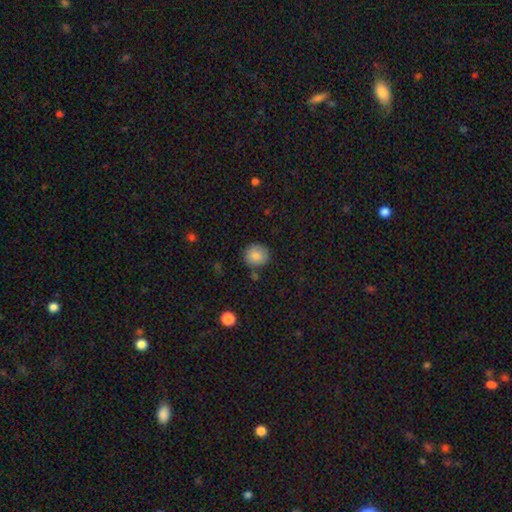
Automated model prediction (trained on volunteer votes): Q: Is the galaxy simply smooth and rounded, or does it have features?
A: smooth — 85%.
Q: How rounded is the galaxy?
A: round — 87%.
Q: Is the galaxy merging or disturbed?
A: none — 82%.